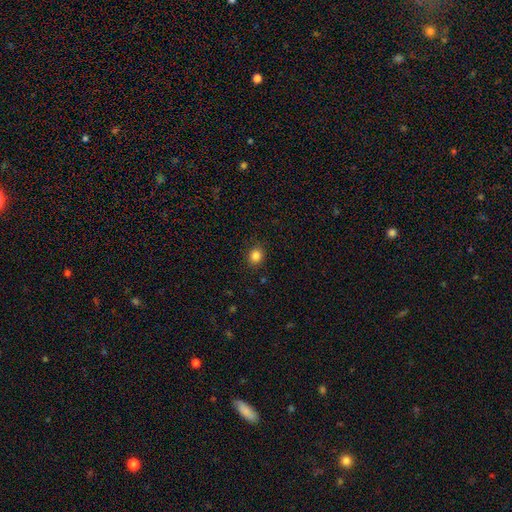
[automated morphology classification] smooth_or_featured: smooth (p=0.85) [alt: star or artifact p=0.11]
how_rounded: round (p=0.70) [alt: in between p=0.29]
merging: none (p=0.89) [alt: minor disturbance p=0.07]